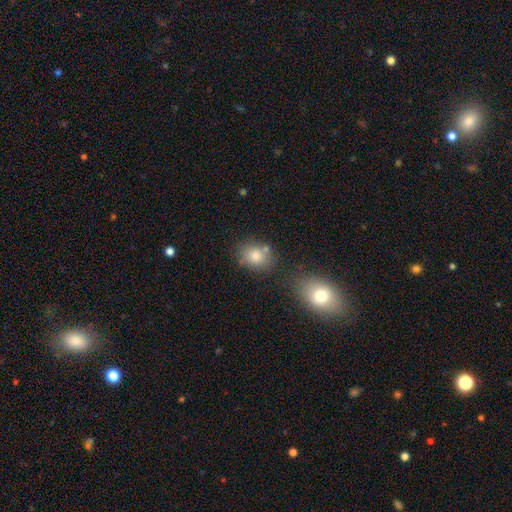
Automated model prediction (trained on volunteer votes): Q: Smooth or featured?
A: smooth (81%); runner-up: star or artifact (10%)
Q: How rounded?
A: in between (53%); runner-up: round (46%)
Q: Merging?
A: none (69%); runner-up: minor disturbance (14%)